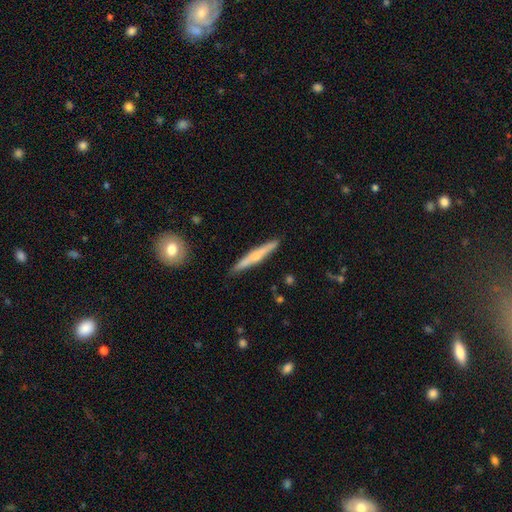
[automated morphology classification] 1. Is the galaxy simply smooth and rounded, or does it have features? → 54% featured or disk, 40% smooth, 6% star or artifact.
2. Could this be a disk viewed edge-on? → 96% yes, 4% no.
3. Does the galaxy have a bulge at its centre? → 73% rounded, 22% none, 5% boxy.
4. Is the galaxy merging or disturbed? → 90% none, 8% minor disturbance, 1% major disturbance, 1% merger.